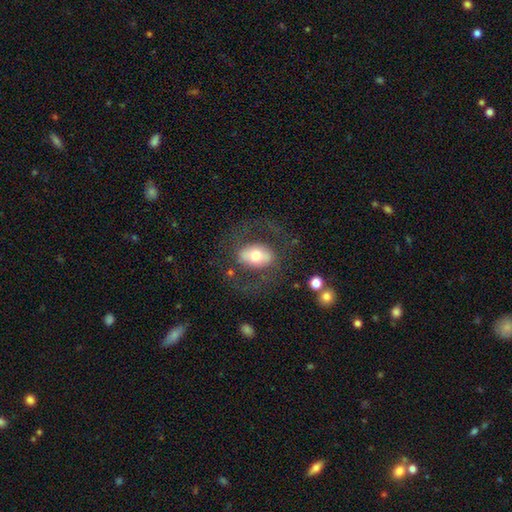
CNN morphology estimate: Smooth or featured?
  - smooth: 47% *
  - featured or disk: 46%
  - star or artifact: 7%
Merging?
  - none: 67% *
  - major disturbance: 17%
  - minor disturbance: 14%
  - merger: 2%